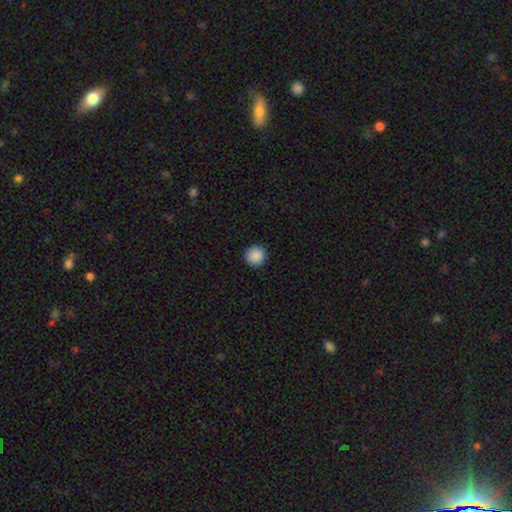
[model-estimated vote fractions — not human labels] Smooth or featured?
  - smooth: 89% *
  - star or artifact: 9%
  - featured or disk: 2%
How rounded?
  - round: 93% *
  - in between: 6%
  - cigar-shaped: 1%
Merging?
  - none: 92% *
  - minor disturbance: 6%
  - major disturbance: 2%
  - merger: 1%